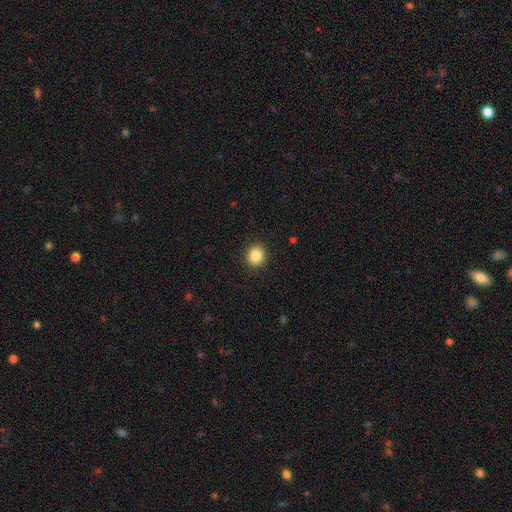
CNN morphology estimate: Smooth or featured? smooth (86%)
How rounded? round (80%)
Merging? none (91%)